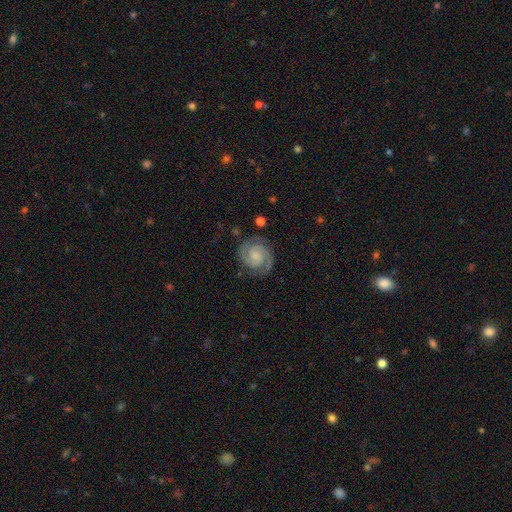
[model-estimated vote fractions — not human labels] This appears to be a featured or disk galaxy (85%) with no bar (59%), 2 (90%) tight (57%) spiral arms (98%) and no central bulge (37%). Merging: none (81%).